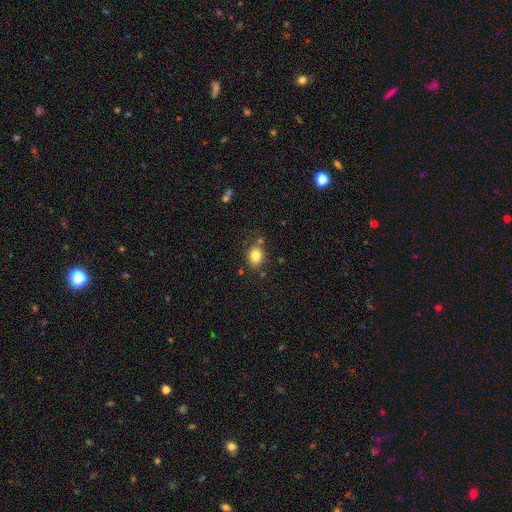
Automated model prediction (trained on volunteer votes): A smooth galaxy with no disk features (82%) that is round (57%). Merging: none (78%).